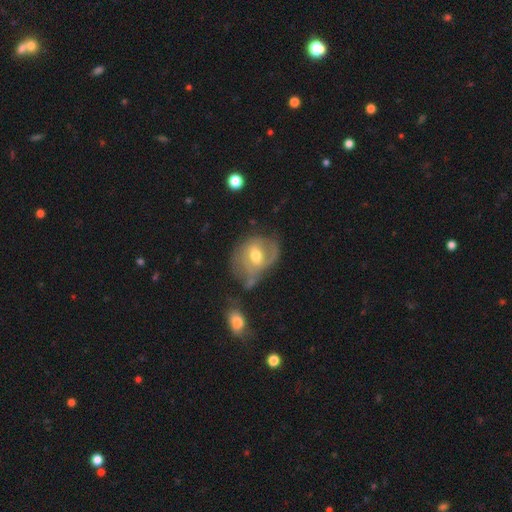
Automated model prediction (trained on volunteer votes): The model was most divided on "merging": none: 36%, minor disturbance: 28%, major disturbance: 25%, merger: 11%. Remaining: edge-on disk — no (96%); bulge size — moderate (73%); spiral arms — yes (67%); smooth or featured — featured or disk (62%); bar — weak (48%).